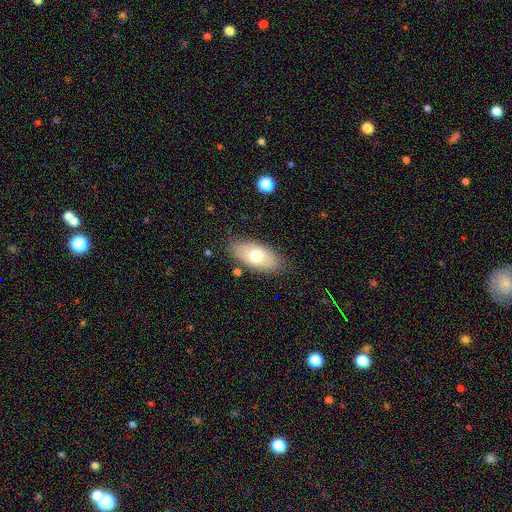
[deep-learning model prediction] Smooth or featured?
  - smooth: 68% *
  - featured or disk: 25%
  - star or artifact: 7%
How rounded?
  - in between: 90% *
  - cigar-shaped: 7%
  - round: 3%
Merging?
  - none: 80% *
  - minor disturbance: 14%
  - major disturbance: 4%
  - merger: 2%